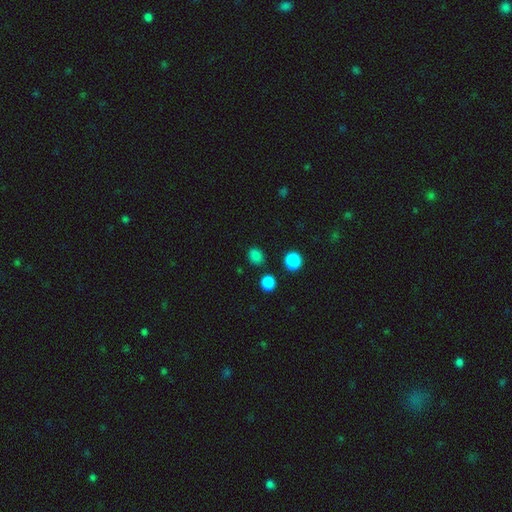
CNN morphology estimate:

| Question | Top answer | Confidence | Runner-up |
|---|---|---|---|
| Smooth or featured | smooth | 82% | star or artifact (15%) |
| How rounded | round | 60% | in between (39%) |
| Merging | none | 82% | minor disturbance (10%) |